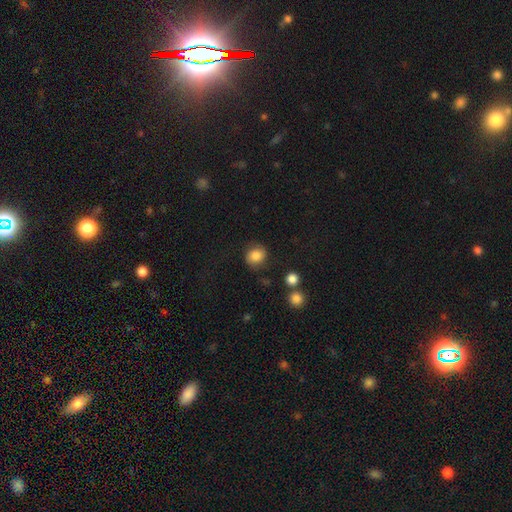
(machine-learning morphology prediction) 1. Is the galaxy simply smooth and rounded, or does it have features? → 80% smooth, 11% featured or disk, 9% star or artifact.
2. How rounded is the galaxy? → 70% round, 29% in between, 1% cigar-shaped.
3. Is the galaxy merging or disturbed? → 75% none, 17% minor disturbance, 6% major disturbance, 2% merger.